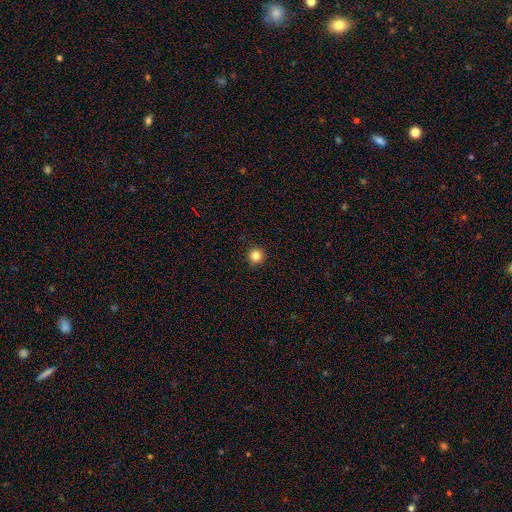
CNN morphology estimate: smooth-or-featured: smooth: 84% | star or artifact: 12% | featured or disk: 4%
  how-rounded: round: 95% | in between: 4% | cigar-shaped: 1%
  merging: none: 93% | minor disturbance: 5% | major disturbance: 2% | merger: 1%